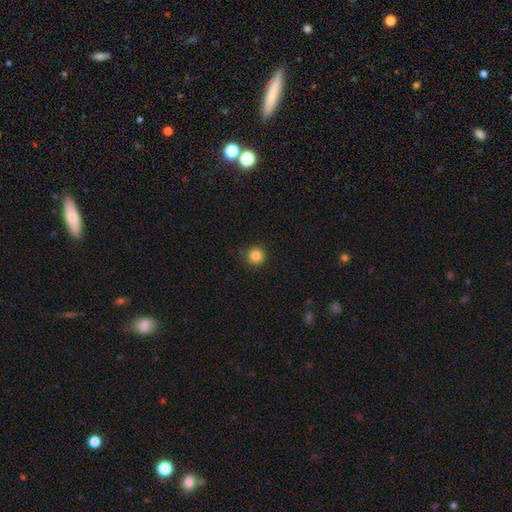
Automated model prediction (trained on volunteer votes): Smooth or featured? smooth (84%)
How rounded? round (96%)
Merging? none (91%)